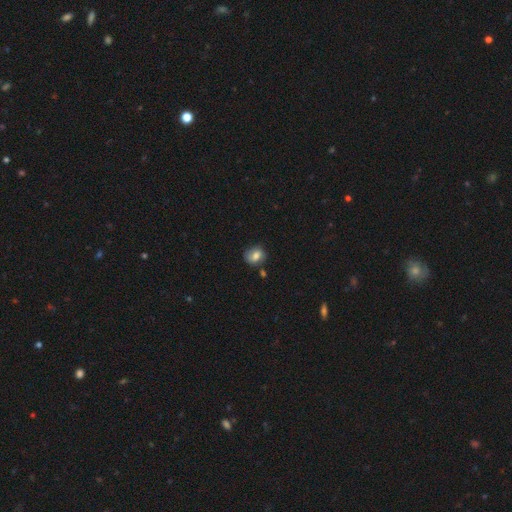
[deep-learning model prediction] This is likely a smooth galaxy (73%). How rounded: possibly round (57%). Merging: likely none (65%).